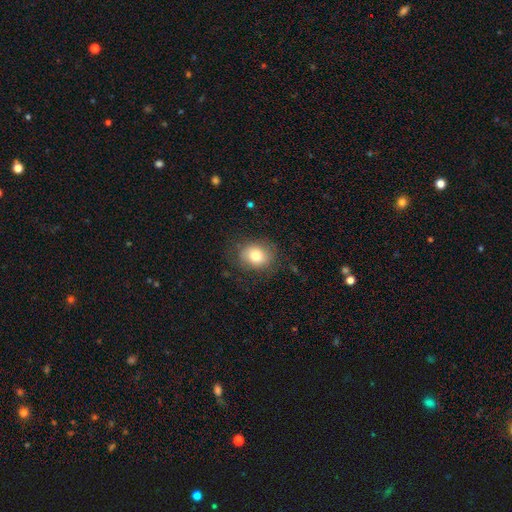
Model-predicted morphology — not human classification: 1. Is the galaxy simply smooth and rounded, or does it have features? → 79% smooth, 12% featured or disk, 9% star or artifact.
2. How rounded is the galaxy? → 61% round, 38% in between, 1% cigar-shaped.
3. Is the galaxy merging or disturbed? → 78% none, 15% minor disturbance, 6% major disturbance, 1% merger.